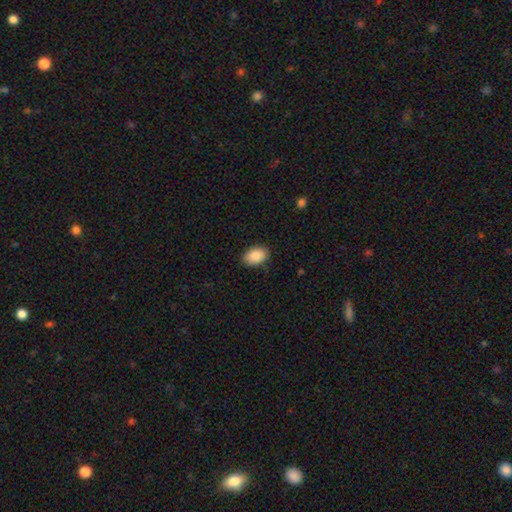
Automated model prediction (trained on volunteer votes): Overall: smooth (90%). How rounded: in between (89%). Merging: none (88%).